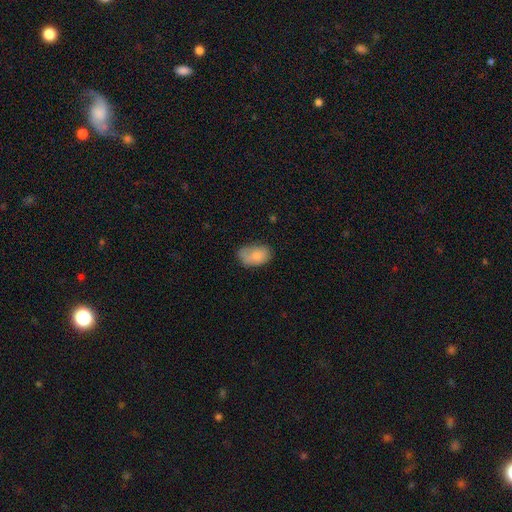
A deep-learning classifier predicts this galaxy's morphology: smooth_or_featured: smooth (p=0.79) [alt: featured or disk p=0.14]
how_rounded: in between (p=0.89) [alt: round p=0.10]
merging: none (p=0.60) [alt: minor disturbance p=0.29]